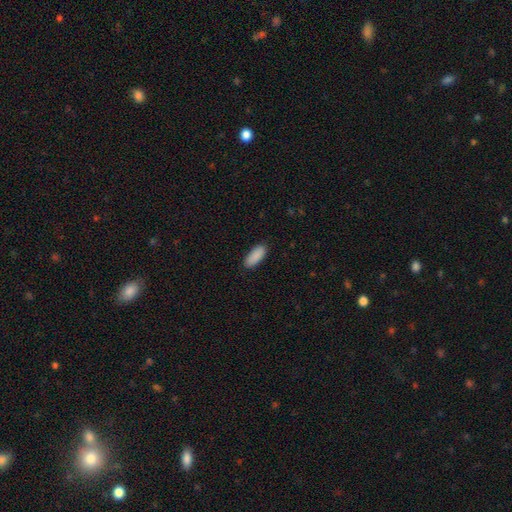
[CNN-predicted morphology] Smooth or featured: smooth — 91% (star or artifact — 6%)
How rounded: in between — 82% (cigar-shaped — 16%)
Merging: none — 88% (minor disturbance — 9%)